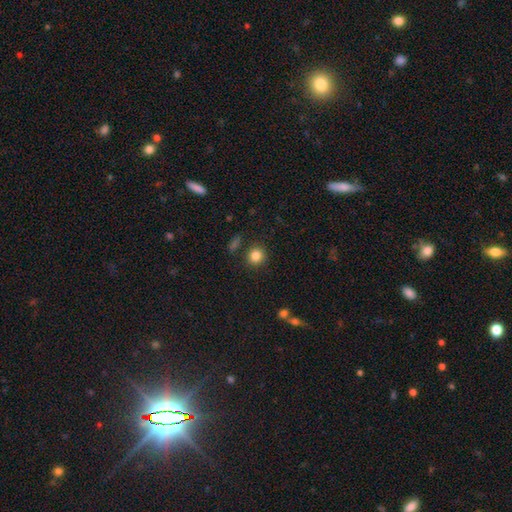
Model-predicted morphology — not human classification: Q: Smooth or featured?
A: smooth (84%); runner-up: star or artifact (10%)
Q: How rounded?
A: round (88%); runner-up: in between (11%)
Q: Merging?
A: none (87%); runner-up: minor disturbance (7%)